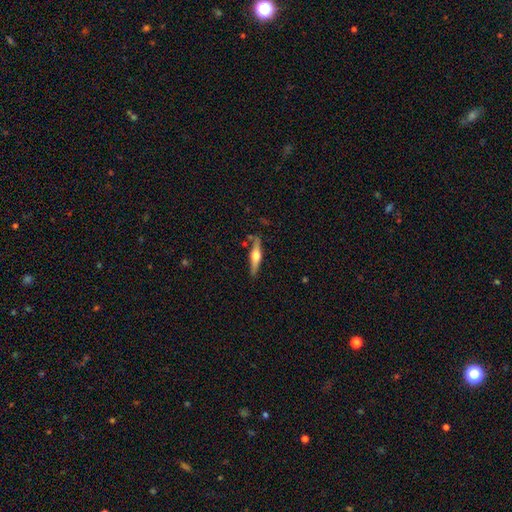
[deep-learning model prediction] smooth_or_featured: featured or disk (p=0.66) [alt: smooth p=0.29]
disk_edge_on: yes (p=0.97) [alt: no p=0.03]
edge_on_bulge: rounded (p=0.93) [alt: boxy p=0.04]
merging: none (p=0.82) [alt: minor disturbance p=0.12]